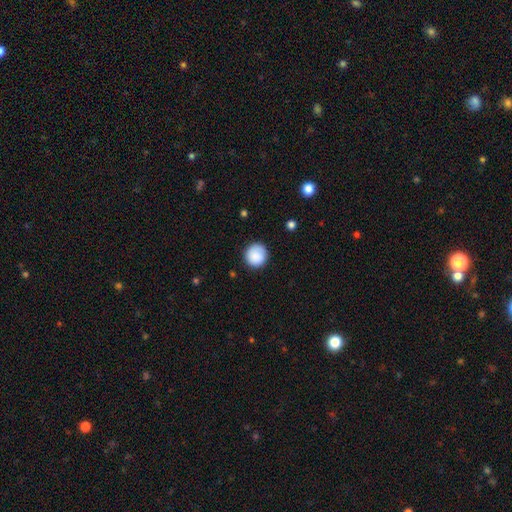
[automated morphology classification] Q: Smooth or featured?
A: smooth (89%); runner-up: star or artifact (7%)
Q: How rounded?
A: round (93%); runner-up: in between (6%)
Q: Merging?
A: none (88%); runner-up: minor disturbance (9%)